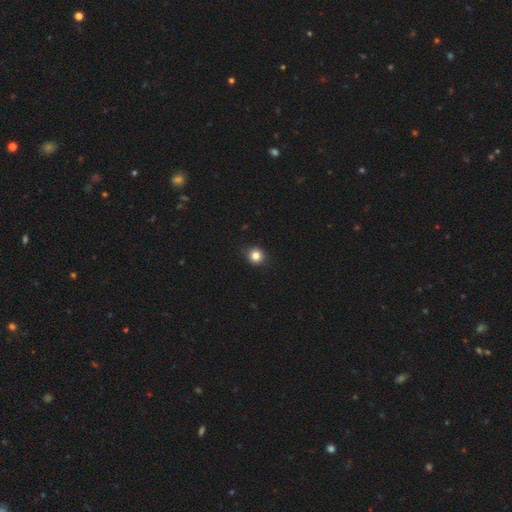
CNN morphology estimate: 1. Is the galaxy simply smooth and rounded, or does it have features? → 83% smooth, 11% star or artifact, 5% featured or disk.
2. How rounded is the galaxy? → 90% round, 9% in between, 1% cigar-shaped.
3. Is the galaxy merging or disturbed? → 89% none, 8% minor disturbance, 2% major disturbance, 1% merger.